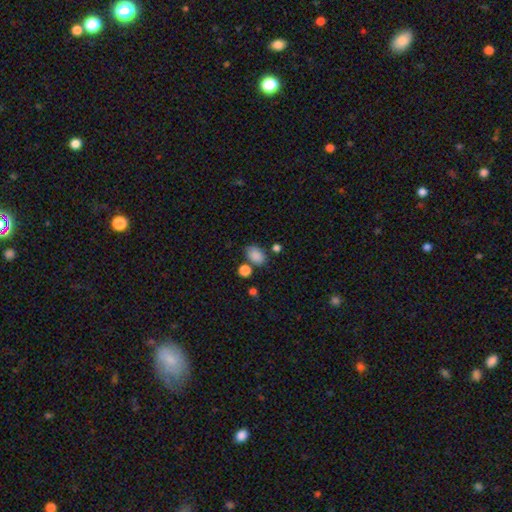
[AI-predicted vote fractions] A smooth galaxy with no disk features (85%) that is in between round and cigar-shaped (80%). Merging: none (65%).